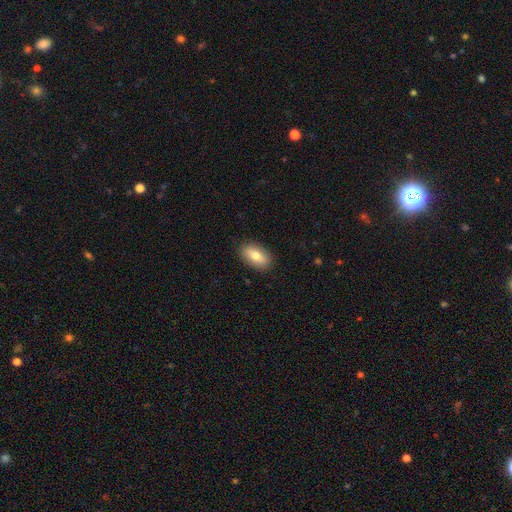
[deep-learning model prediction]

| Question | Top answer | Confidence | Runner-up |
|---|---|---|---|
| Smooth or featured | smooth | 76% | featured or disk (17%) |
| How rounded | in between | 91% | round (6%) |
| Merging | none | 88% | minor disturbance (9%) |